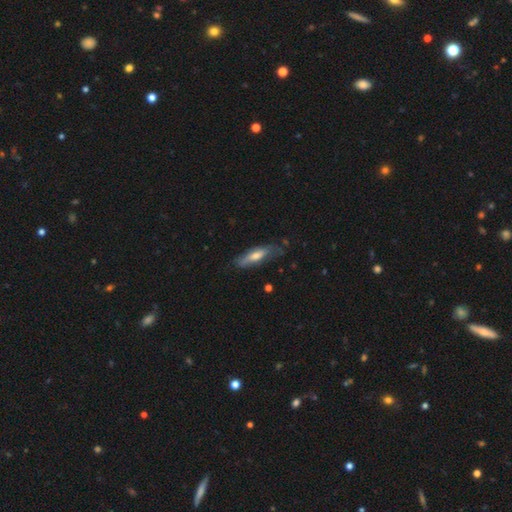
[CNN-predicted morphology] Smooth or featured? Predicted: smooth (p=0.52). How rounded? Predicted: cigar-shaped (p=0.61). Merging? Predicted: none (p=0.64).